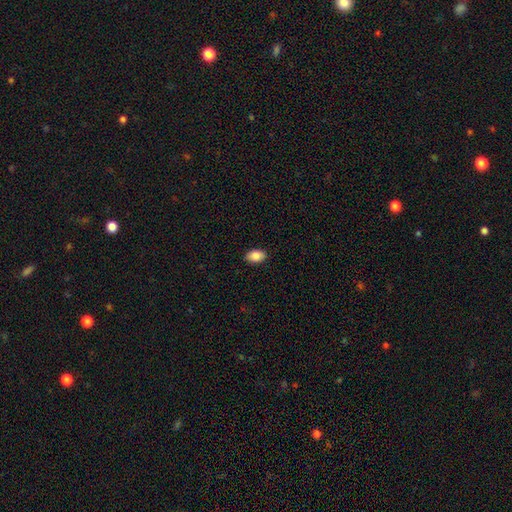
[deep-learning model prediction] Smooth or featured? Predicted: smooth (p=0.87). How rounded? Predicted: in between (p=0.90). Merging? Predicted: none (p=0.89).